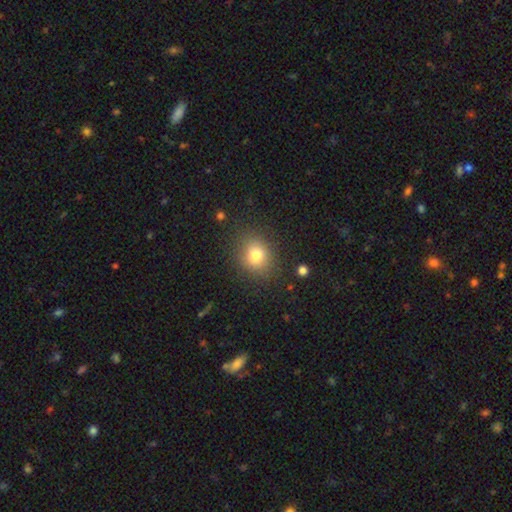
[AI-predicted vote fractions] smooth_or_featured: smooth (p=0.77) [alt: star or artifact p=0.13]
how_rounded: round (p=0.64) [alt: in between p=0.35]
merging: none (p=0.84) [alt: minor disturbance p=0.10]